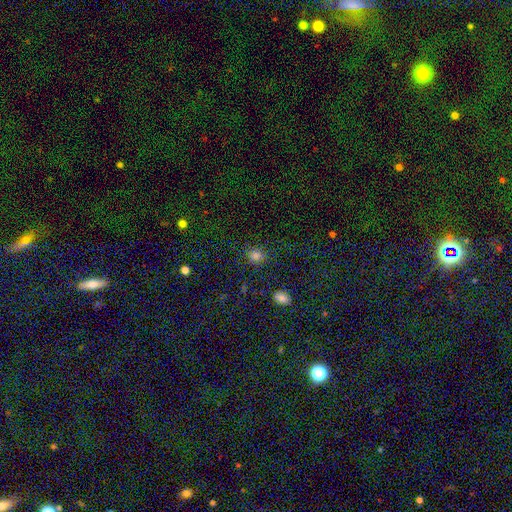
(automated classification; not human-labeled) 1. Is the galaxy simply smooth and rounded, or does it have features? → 79% smooth, 16% star or artifact, 4% featured or disk.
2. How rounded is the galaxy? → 81% round, 18% in between, 1% cigar-shaped.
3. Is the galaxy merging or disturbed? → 85% none, 10% minor disturbance, 3% major disturbance, 2% merger.